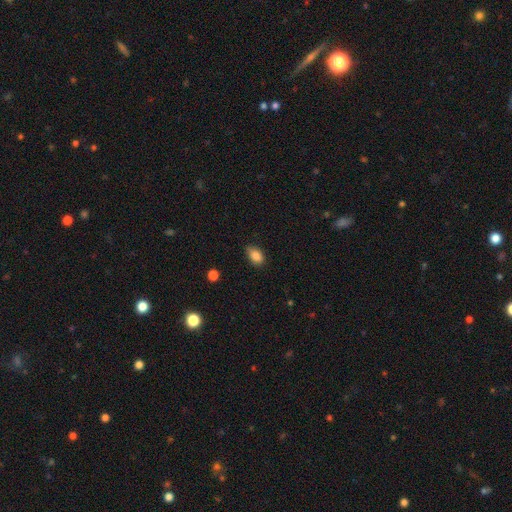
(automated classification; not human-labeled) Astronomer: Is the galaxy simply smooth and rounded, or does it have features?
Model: smooth — 86%.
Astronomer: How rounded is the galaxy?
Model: in between — 85%.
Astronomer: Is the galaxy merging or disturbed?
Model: none — 75%.